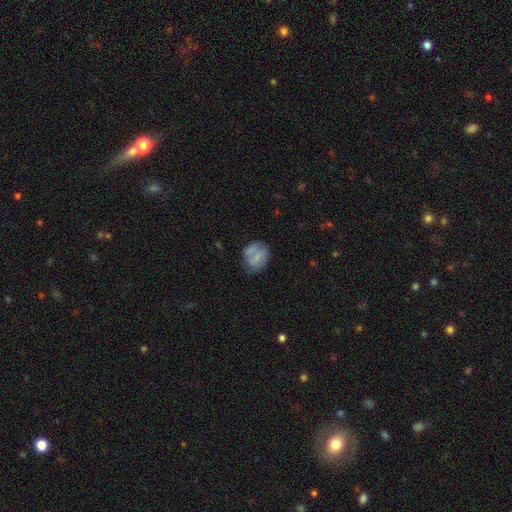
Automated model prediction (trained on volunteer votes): A smooth galaxy with no disk features (56%) that is round (63%).

Vote fractions:
- Smooth or featured? smooth: 56% / featured or disk: 35% / star or artifact: 9%
- How rounded? round: 63% / in between: 36% / cigar-shaped: 1%
- Merging? none: 56% / minor disturbance: 25% / major disturbance: 12% / merger: 7%